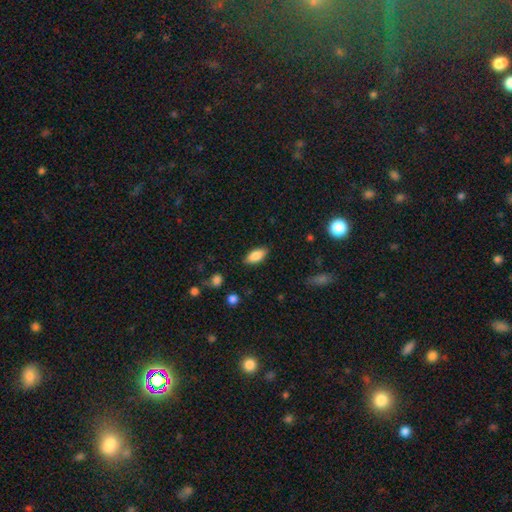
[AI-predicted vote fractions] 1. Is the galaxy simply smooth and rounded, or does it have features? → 85% smooth, 8% featured or disk, 7% star or artifact.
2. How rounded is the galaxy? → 88% in between, 9% cigar-shaped, 2% round.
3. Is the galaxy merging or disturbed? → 86% none, 10% minor disturbance, 2% major disturbance, 1% merger.